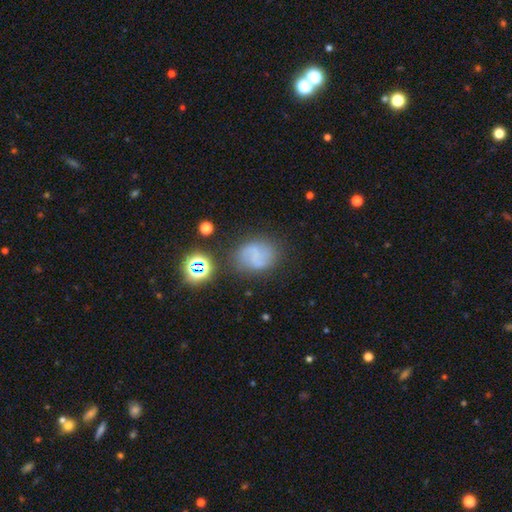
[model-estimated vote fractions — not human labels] The model was most divided on "smooth or featured": smooth: 44%, featured or disk: 40%, star or artifact: 17%. More confident: merging — none (66%).